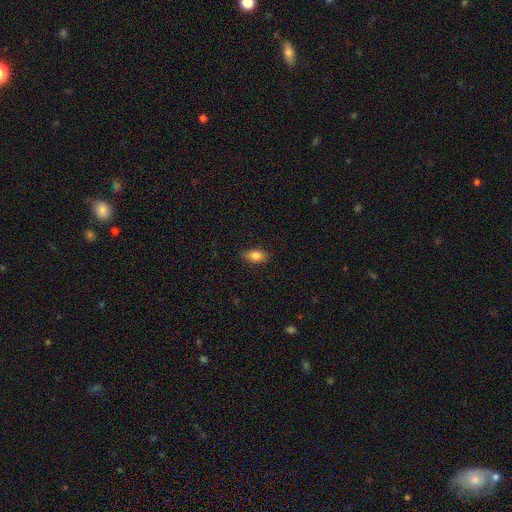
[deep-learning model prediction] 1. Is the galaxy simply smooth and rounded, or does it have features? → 85% smooth, 8% star or artifact, 7% featured or disk.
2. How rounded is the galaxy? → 88% in between, 7% round, 5% cigar-shaped.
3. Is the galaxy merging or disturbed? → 82% none, 14% minor disturbance, 3% major disturbance, 1% merger.